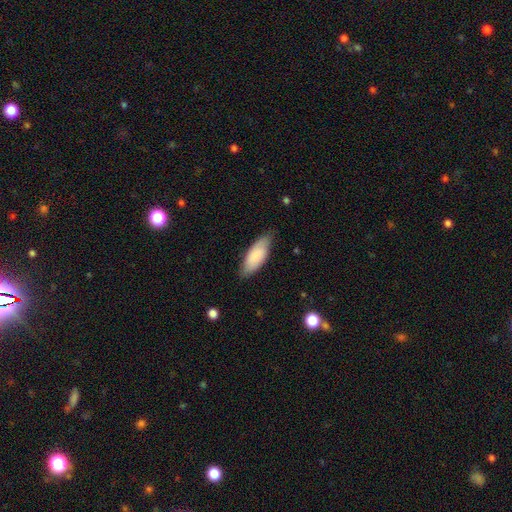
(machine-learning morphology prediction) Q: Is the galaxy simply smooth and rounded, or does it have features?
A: smooth — 83%.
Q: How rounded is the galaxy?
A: in between — 75%.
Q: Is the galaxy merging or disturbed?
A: none — 78%.